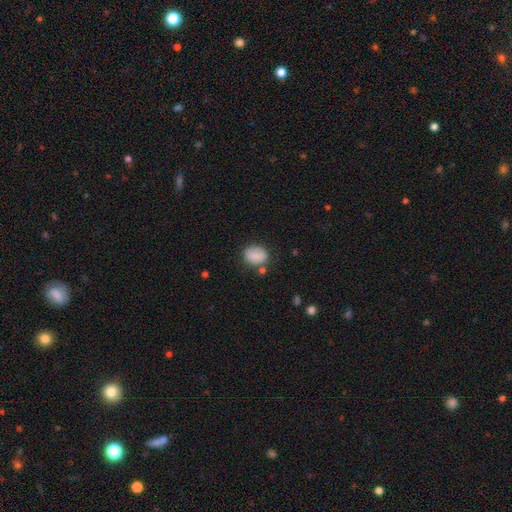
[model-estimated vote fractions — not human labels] smooth-or-featured: smooth: 84% | star or artifact: 9% | featured or disk: 8%
  how-rounded: in between: 54% | round: 45% | cigar-shaped: 1%
  merging: none: 74% | minor disturbance: 16% | merger: 6% | major disturbance: 5%